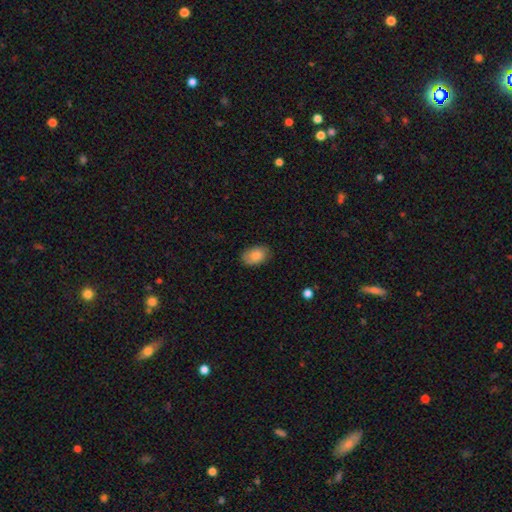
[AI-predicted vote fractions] This is clearly a smooth galaxy (85%). How rounded: clearly in between (89%). Merging: clearly none (80%).